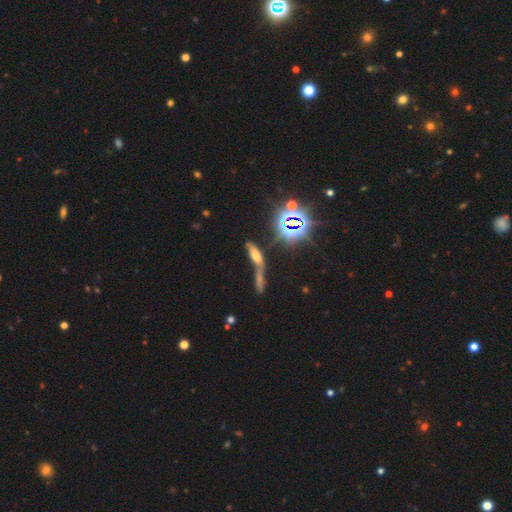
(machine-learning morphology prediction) Smooth or featured: smooth — 42% (star or artifact — 35%)
Merging: merger — 53% (none — 23%)